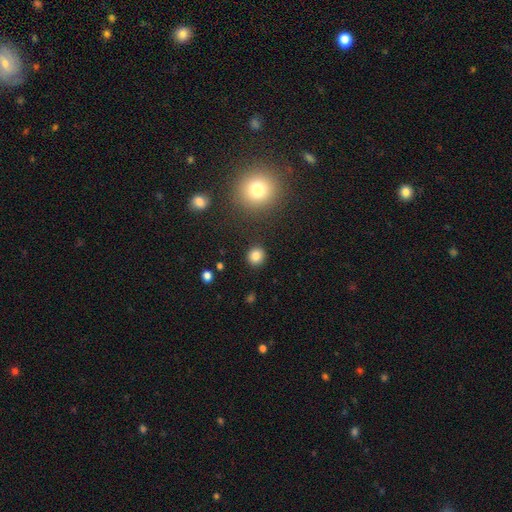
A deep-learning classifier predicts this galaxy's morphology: This is clearly a smooth galaxy (83%). How rounded: clearly round (88%). Merging: clearly none (90%).